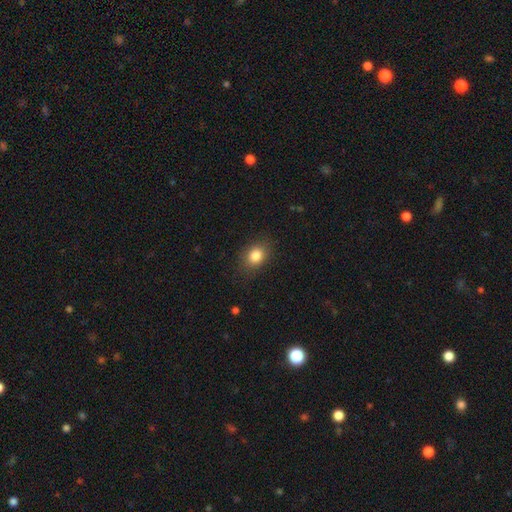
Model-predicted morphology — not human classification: This appears to be a smooth galaxy with no disk features (83%) that is in between round and cigar-shaped (60%). Merging: none (83%).